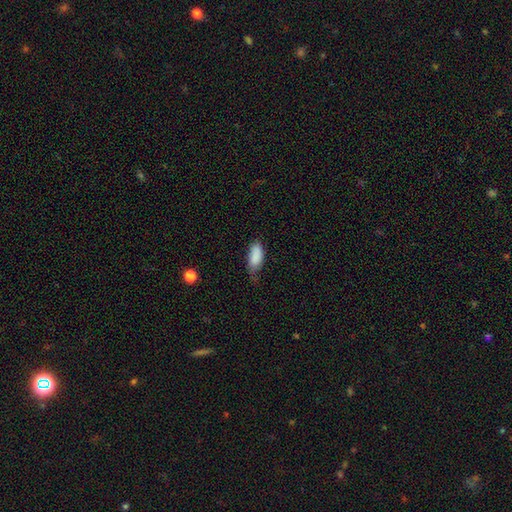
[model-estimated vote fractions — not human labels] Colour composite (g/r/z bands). It shows a smooth galaxy with no disk features (86%) that is in between round and cigar-shaped (89%). Merging: minor disturbance (43%).